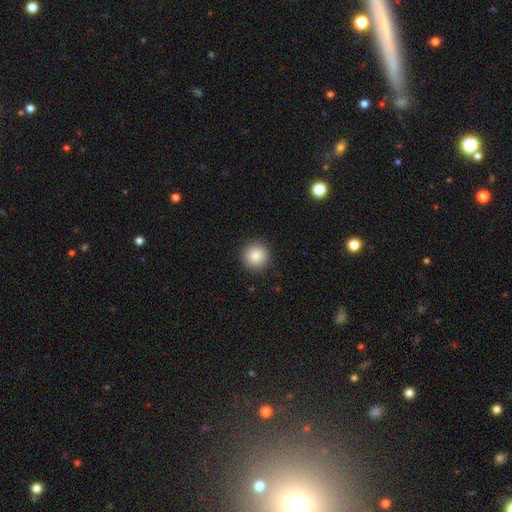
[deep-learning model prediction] The model was most divided on "smooth or featured": smooth: 87%, star or artifact: 9%, featured or disk: 4%. More confident: how rounded — round (95%); merging — none (92%).